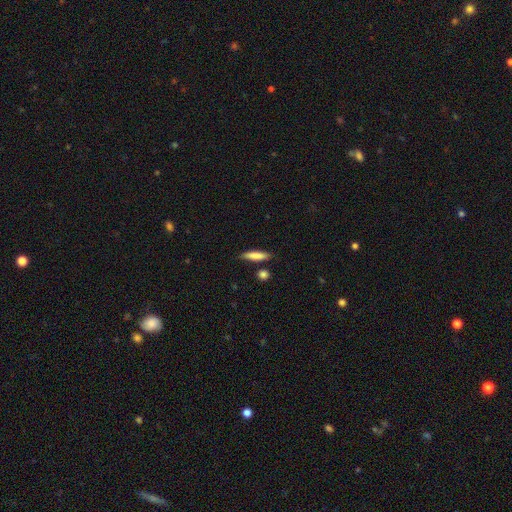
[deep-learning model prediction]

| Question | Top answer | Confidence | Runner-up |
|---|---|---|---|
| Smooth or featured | smooth | 79% | featured or disk (15%) |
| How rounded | cigar-shaped | 83% | in between (15%) |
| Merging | none | 81% | minor disturbance (13%) |